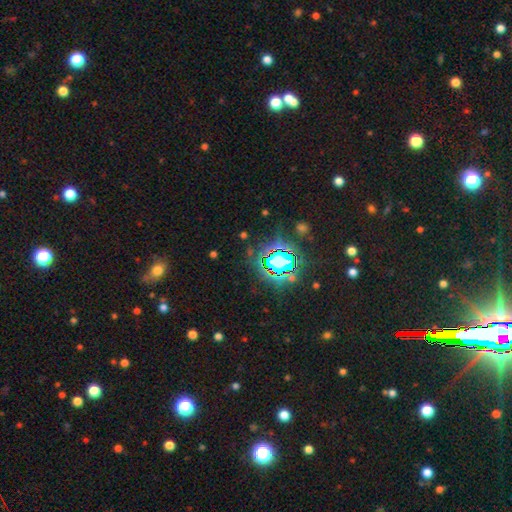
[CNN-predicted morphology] Overall: star or artifact (79%).